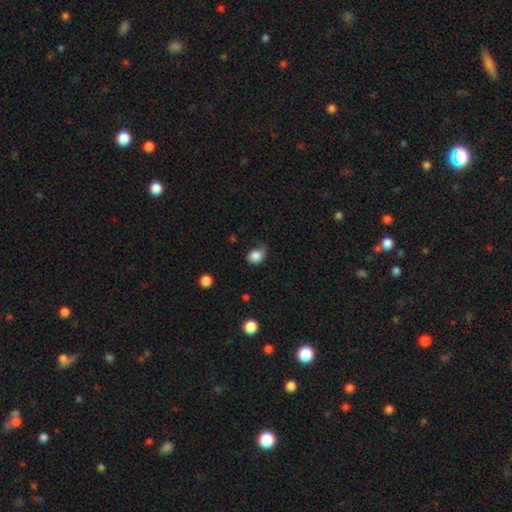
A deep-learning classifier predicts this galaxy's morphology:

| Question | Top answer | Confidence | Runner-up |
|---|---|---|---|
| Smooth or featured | smooth | 82% | featured or disk (9%) |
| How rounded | in between | 50% | round (49%) |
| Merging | none | 47% | minor disturbance (36%) |